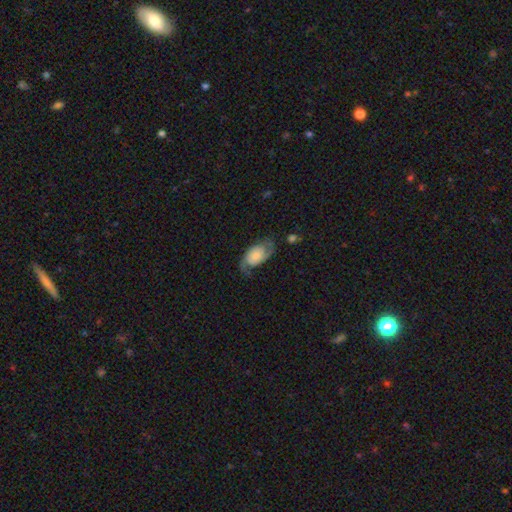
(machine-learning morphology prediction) smooth_or_featured: featured or disk (p=0.72) [alt: smooth p=0.22]
disk_edge_on: no (p=0.96) [alt: yes p=0.04]
bar: no (p=0.71) [alt: weak p=0.24]
has_spiral_arms: yes (p=0.93) [alt: no p=0.07]
spiral_winding: medium (p=0.43) [alt: loose p=0.33]
spiral_arm_count: 2 (p=0.89) [alt: can't tell p=0.05]
bulge_size: small (p=0.39) [alt: moderate p=0.23]
merging: none (p=0.63) [alt: minor disturbance p=0.22]